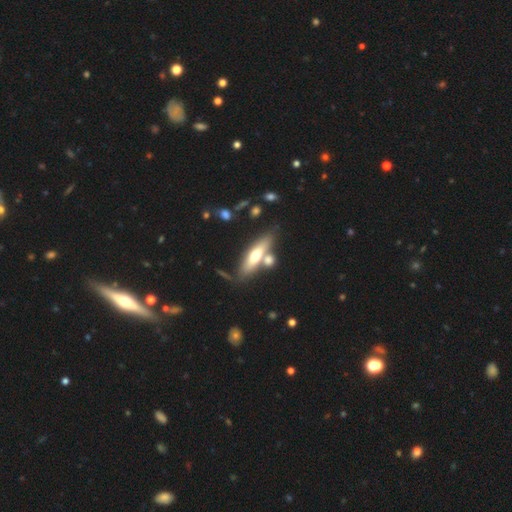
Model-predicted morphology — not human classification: Smooth or featured? smooth (50%)
How rounded? cigar-shaped (64%)
Merging? none (63%)